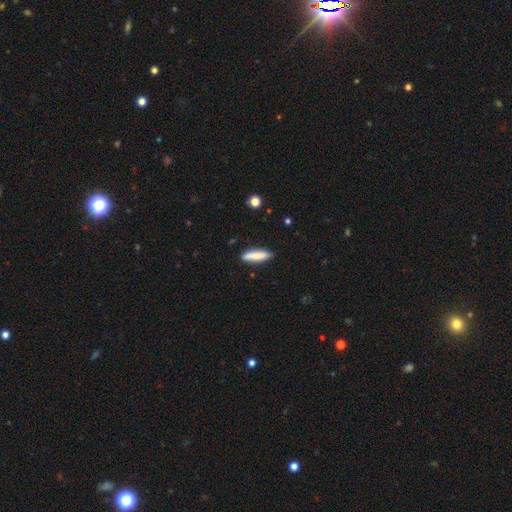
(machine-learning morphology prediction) A smooth galaxy with no disk features (83%) that is cigar-shaped (73%). Merging: none (87%).